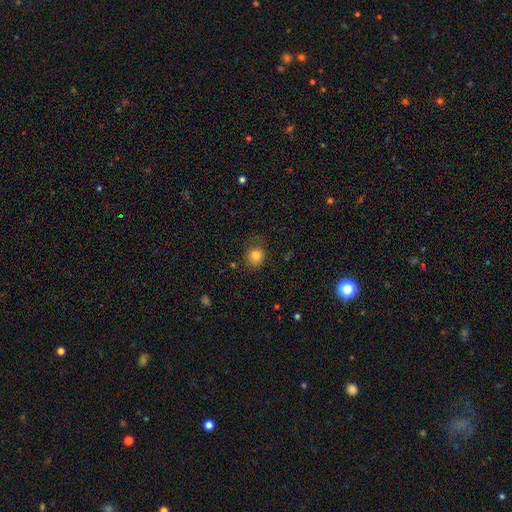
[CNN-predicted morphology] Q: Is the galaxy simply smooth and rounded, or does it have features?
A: smooth — 81%.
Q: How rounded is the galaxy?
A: round — 76%.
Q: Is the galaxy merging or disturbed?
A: none — 69%.